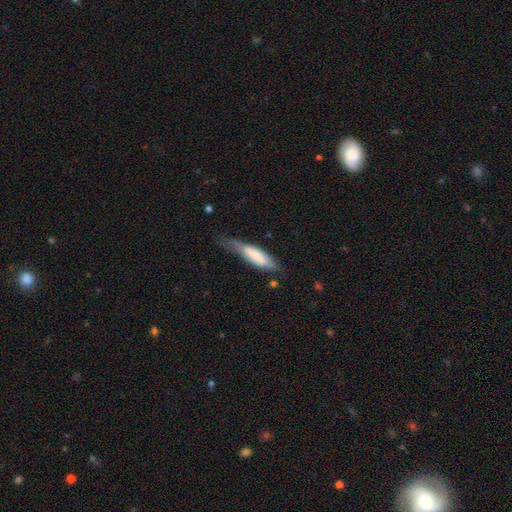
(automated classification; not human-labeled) Smooth or featured? smooth (70%)
How rounded? cigar-shaped (67%)
Merging? none (46%)